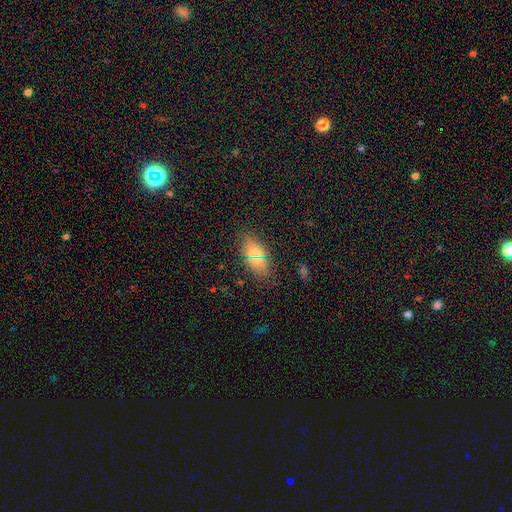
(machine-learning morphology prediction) This appears to be a smooth galaxy with no disk features (69%) that is in between round and cigar-shaped (88%). Merging: none (86%).